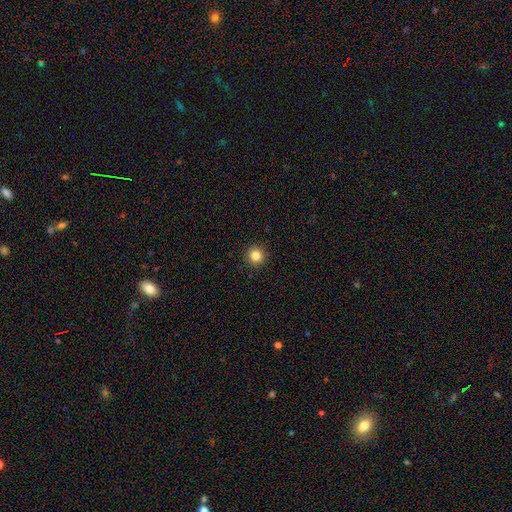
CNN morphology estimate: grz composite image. It shows a smooth galaxy with no disk features (84%) that is round (95%). Merging: none (93%).